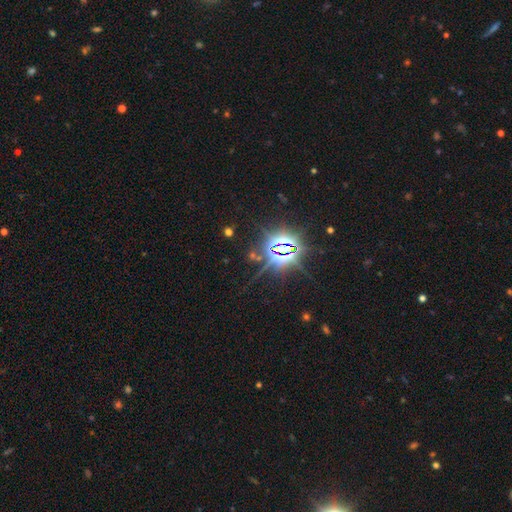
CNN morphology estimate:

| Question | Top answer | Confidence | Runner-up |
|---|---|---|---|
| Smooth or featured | star or artifact | 84% | featured or disk (9%) |